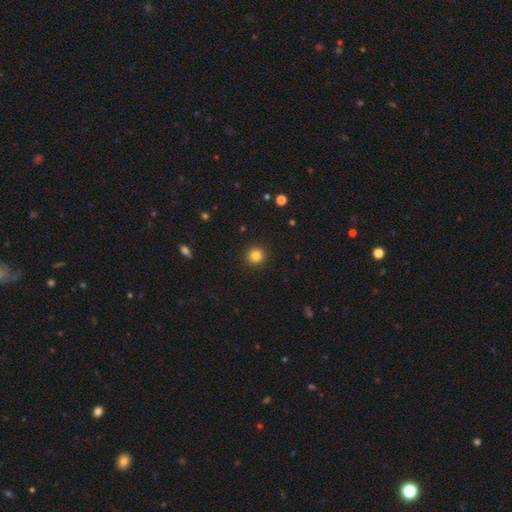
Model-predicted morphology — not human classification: smooth_or_featured: smooth (p=0.83) [alt: star or artifact p=0.12]
how_rounded: round (p=0.94) [alt: in between p=0.05]
merging: none (p=0.93) [alt: minor disturbance p=0.05]